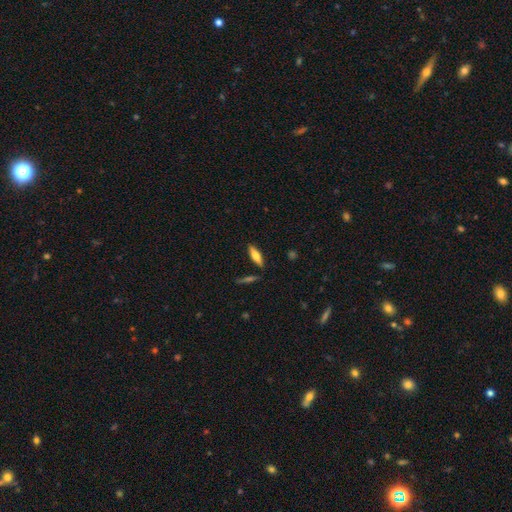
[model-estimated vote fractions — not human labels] Q: Smooth or featured?
A: smooth (58%); runner-up: featured or disk (35%)
Q: How rounded?
A: cigar-shaped (54%); runner-up: in between (44%)
Q: Merging?
A: none (85%); runner-up: minor disturbance (10%)